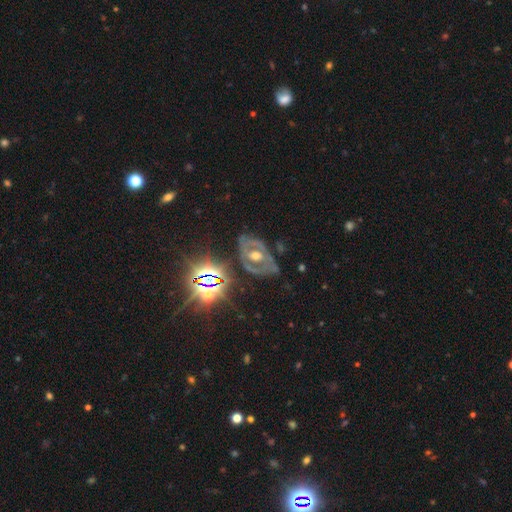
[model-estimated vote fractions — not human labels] Q: Smooth or featured?
A: featured or disk (70%); runner-up: star or artifact (15%)
Q: Edge-on disk?
A: no (92%); runner-up: yes (8%)
Q: Bar?
A: no (49%); runner-up: weak (30%)
Q: Spiral arms?
A: yes (50%); tied with: no (50%)
Q: Bulge size?
A: moderate (71%); runner-up: small (15%)
Q: Merging?
A: none (63%); runner-up: minor disturbance (21%)